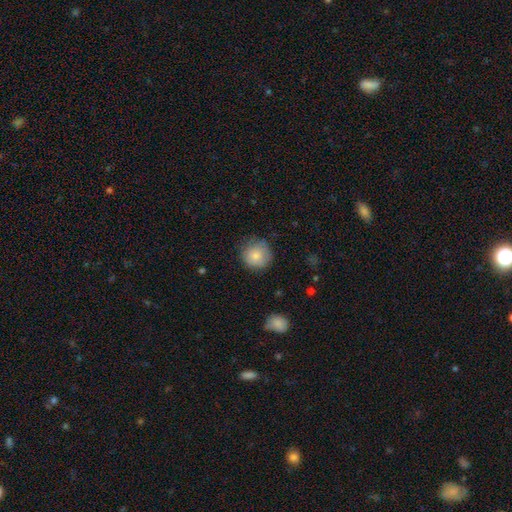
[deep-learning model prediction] This appears to be a smooth galaxy with no disk features (82%) that is round (92%). Merging: none (75%).